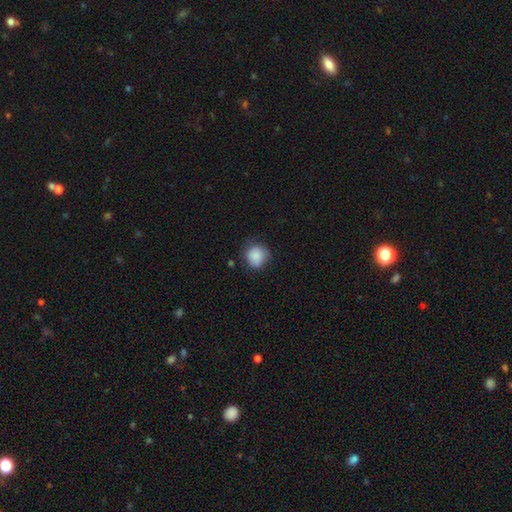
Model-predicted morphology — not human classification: Q: Smooth or featured?
A: smooth (86%); runner-up: star or artifact (8%)
Q: How rounded?
A: round (86%); runner-up: in between (13%)
Q: Merging?
A: none (67%); runner-up: minor disturbance (25%)